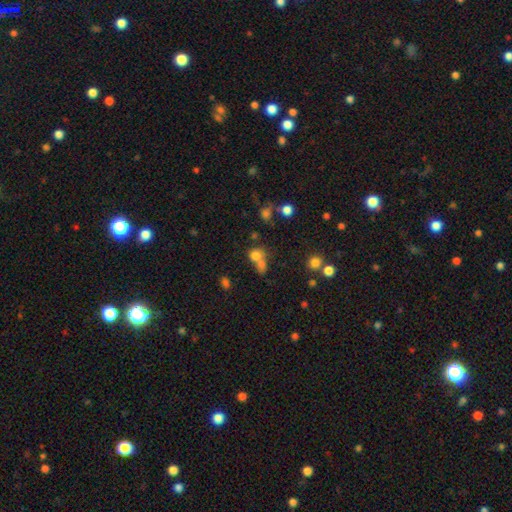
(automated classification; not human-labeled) Overall: smooth (72%). How rounded: round (69%; in between 29%). Merging: merger (53%; none 35%).